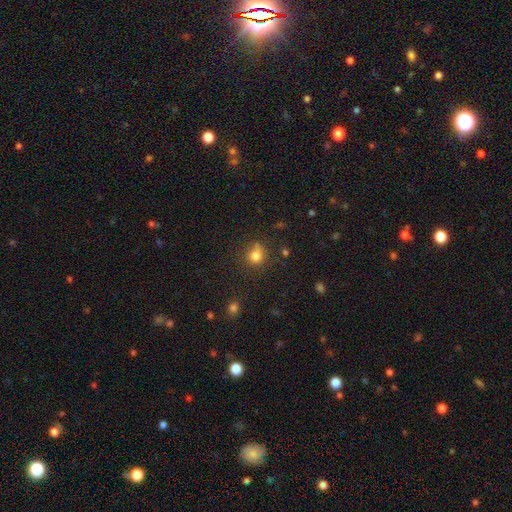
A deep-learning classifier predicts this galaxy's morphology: A smooth galaxy with no disk features (78%) that is round (81%).

Vote fractions:
- Smooth or featured? smooth: 78% / star or artifact: 14% / featured or disk: 8%
- How rounded? round: 81% / in between: 18% / cigar-shaped: 1%
- Merging? none: 62% / minor disturbance: 21% / merger: 9% / major disturbance: 8%